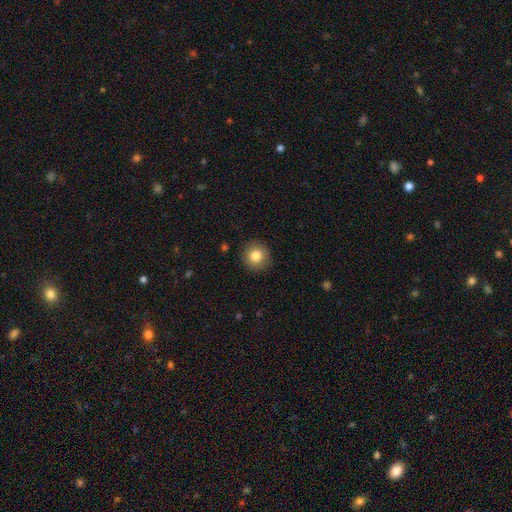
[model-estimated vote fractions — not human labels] A smooth galaxy with no disk features (83%) that is round (93%).

Vote fractions:
- Smooth or featured? smooth: 83% / star or artifact: 10% / featured or disk: 8%
- How rounded? round: 93% / in between: 6% / cigar-shaped: 1%
- Merging? none: 90% / minor disturbance: 7% / major disturbance: 2% / merger: 1%